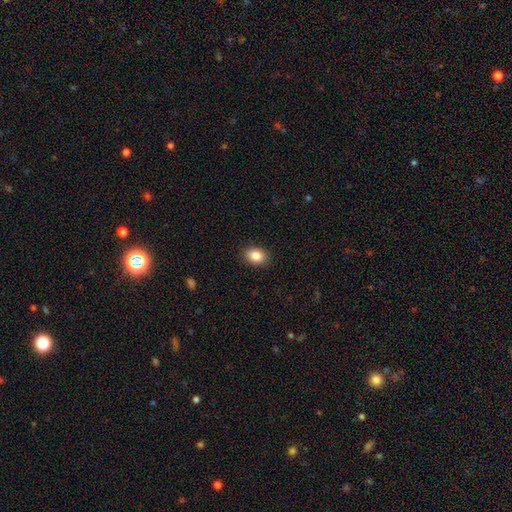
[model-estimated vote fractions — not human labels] Morphology: type=smooth (87%); roundness=in between (77%); merging=none (89%).